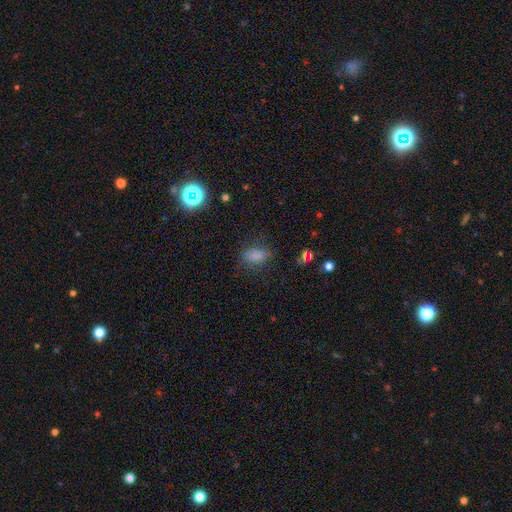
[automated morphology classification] smooth-or-featured: smooth: 79% | star or artifact: 13% | featured or disk: 8%
  how-rounded: in between: 86% | round: 10% | cigar-shaped: 4%
  merging: none: 70% | minor disturbance: 19% | major disturbance: 9% | merger: 2%